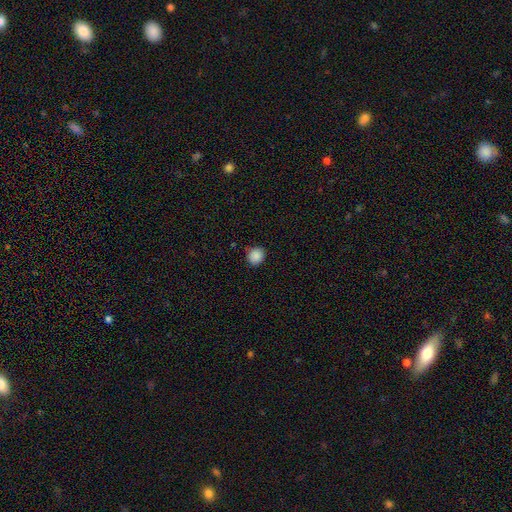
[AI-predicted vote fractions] Overall: smooth (88%). How rounded: round (82%). Merging: none (87%).